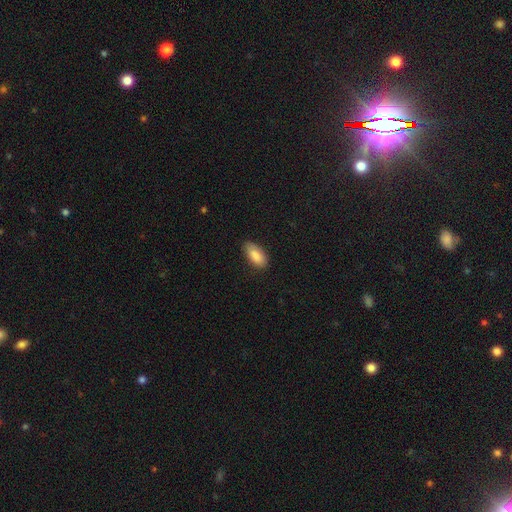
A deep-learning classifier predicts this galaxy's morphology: Q: Smooth or featured?
A: smooth (87%); runner-up: featured or disk (7%)
Q: How rounded?
A: in between (90%); runner-up: cigar-shaped (8%)
Q: Merging?
A: none (78%); runner-up: minor disturbance (18%)